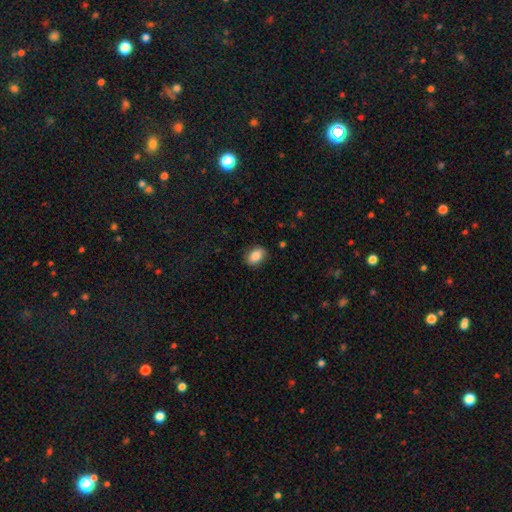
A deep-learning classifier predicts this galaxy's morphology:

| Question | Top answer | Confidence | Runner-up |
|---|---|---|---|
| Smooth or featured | smooth | 84% | star or artifact (8%) |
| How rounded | in between | 82% | round (17%) |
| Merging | none | 82% | minor disturbance (14%) |